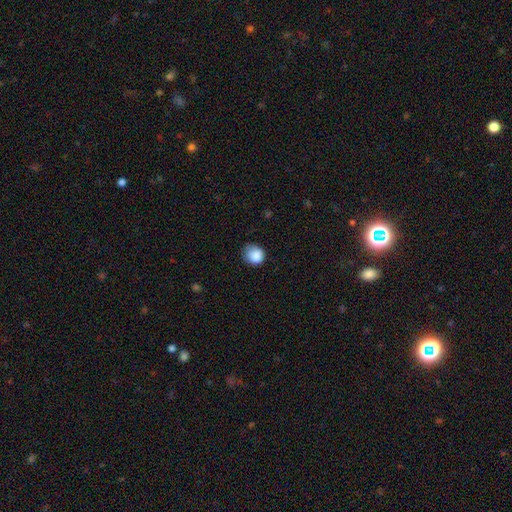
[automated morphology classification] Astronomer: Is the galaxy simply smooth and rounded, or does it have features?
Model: smooth — 86%.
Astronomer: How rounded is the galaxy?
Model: round — 83%.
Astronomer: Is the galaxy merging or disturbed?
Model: none — 60%.